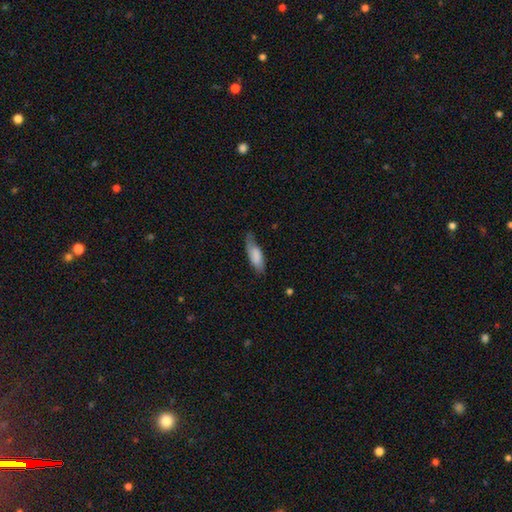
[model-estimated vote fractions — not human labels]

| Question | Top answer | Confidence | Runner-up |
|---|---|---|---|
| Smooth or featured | smooth | 73% | featured or disk (21%) |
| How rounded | in between | 67% | cigar-shaped (31%) |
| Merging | none | 51% | minor disturbance (34%) |